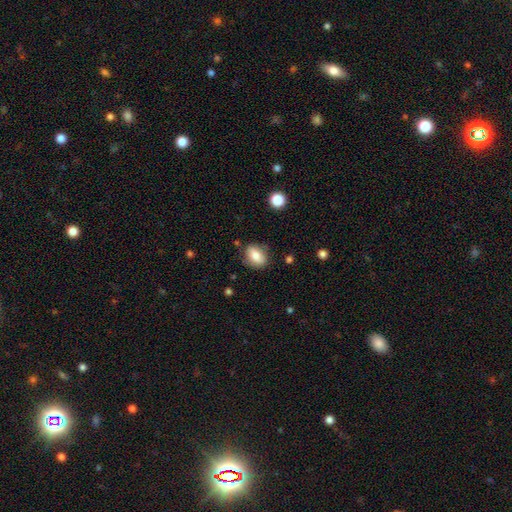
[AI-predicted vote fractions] Smooth or featured: smooth — 78% (featured or disk — 14%)
How rounded: in between — 75% (round — 23%)
Merging: none — 78% (minor disturbance — 16%)